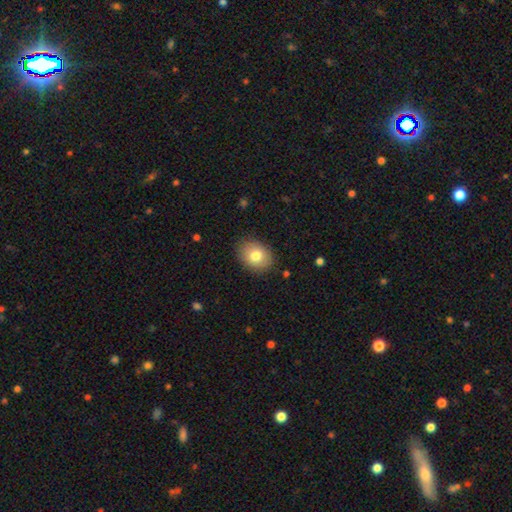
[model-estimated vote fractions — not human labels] Smooth or featured? smooth (79%)
How rounded? in between (62%)
Merging? none (87%)